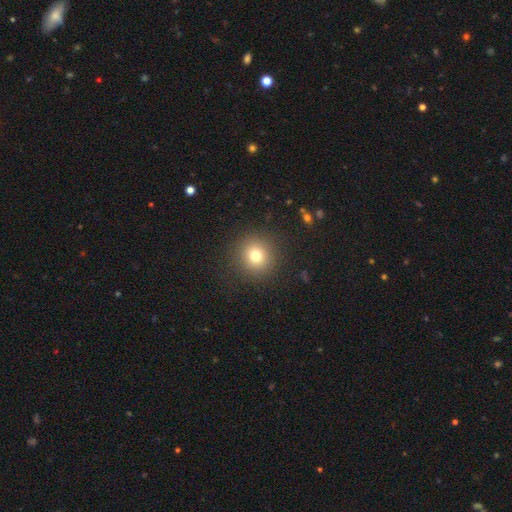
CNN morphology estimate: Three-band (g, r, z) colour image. It shows a smooth galaxy with no disk features (77%) that is round (92%). Merging: none (90%).